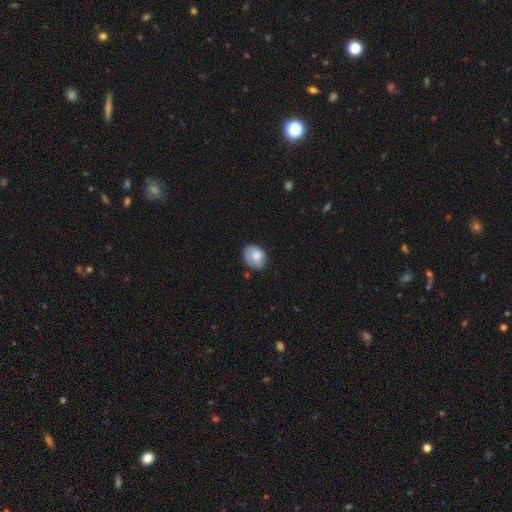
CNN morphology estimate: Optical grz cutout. It shows a smooth galaxy with no disk features (77%) that is in between round and cigar-shaped (63%). Merging: none (65%).